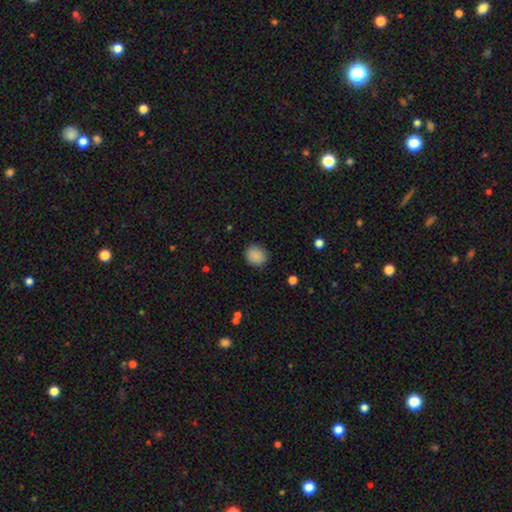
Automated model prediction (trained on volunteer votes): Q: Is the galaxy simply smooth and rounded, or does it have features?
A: smooth — 88%.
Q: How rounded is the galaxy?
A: round — 67%.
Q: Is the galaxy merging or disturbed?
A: none — 85%.